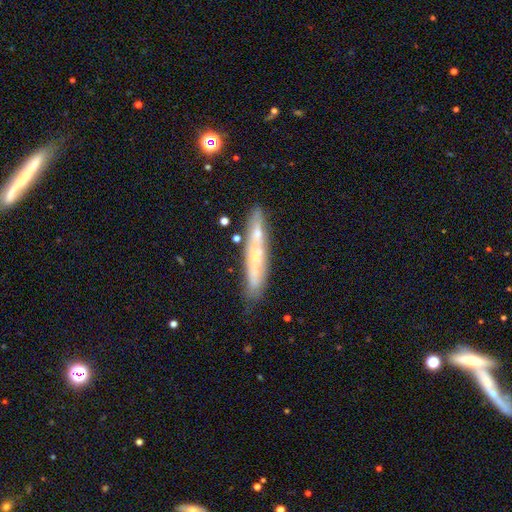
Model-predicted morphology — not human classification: This appears to be a featured or disk galaxy (55%) viewed edge-on (73%). Merging: none (71%).